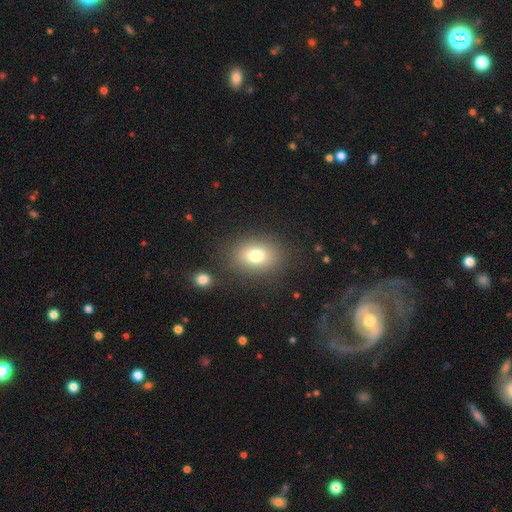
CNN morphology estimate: Smooth or featured? Predicted: smooth (p=0.76). How rounded? Predicted: in between (p=0.62). Merging? Predicted: none (p=0.82).